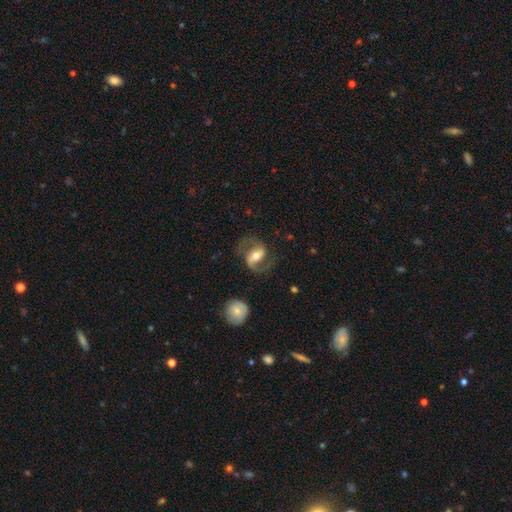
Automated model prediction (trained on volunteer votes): Smooth or featured? Predicted: featured or disk (p=0.83). Edge-on disk? Predicted: no (p=0.97). Bar? Predicted: strong (p=0.43). Spiral arms? Predicted: yes (p=0.94). Spiral winding? Predicted: medium (p=0.56). Spiral arm count? Predicted: 2 (p=0.88). Bulge size? Predicted: moderate (p=0.68). Merging? Predicted: none (p=0.71).